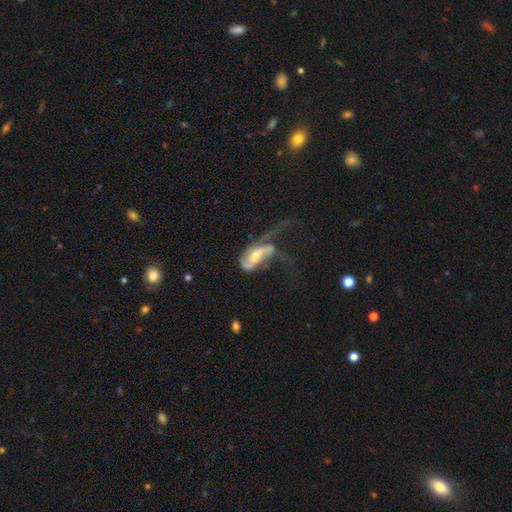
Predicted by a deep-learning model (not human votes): featured or disk 62%, smooth 30%, star or artifact 7%. Down the decision tree: edge-on disk — no (92%); bar — no (44%); spiral arms — yes (71%); bulge size — moderate (45%); merging — major disturbance (63%).